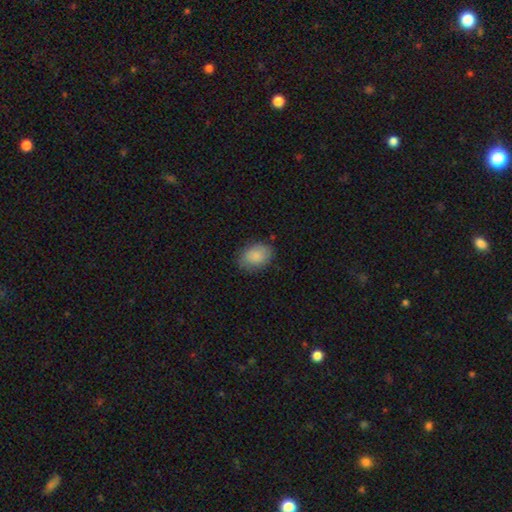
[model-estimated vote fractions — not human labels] The model was most divided on "how rounded": in between: 78%, round: 21%, cigar-shaped: 1%. More confident: smooth or featured — smooth (86%); merging — none (80%).